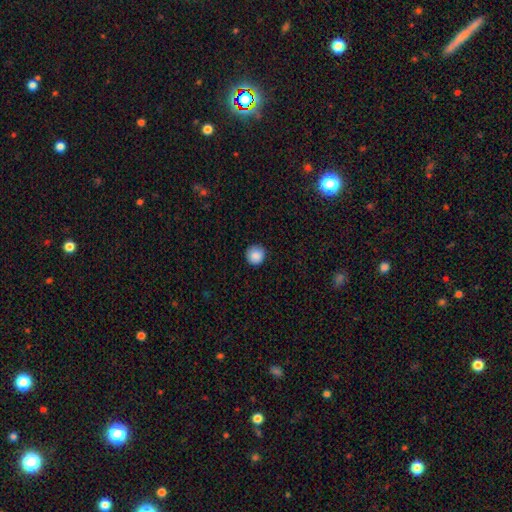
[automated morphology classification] smooth-or-featured: smooth: 88% | star or artifact: 9% | featured or disk: 4%
  how-rounded: round: 95% | in between: 4% | cigar-shaped: 1%
  merging: none: 89% | minor disturbance: 9% | major disturbance: 2% | merger: 1%